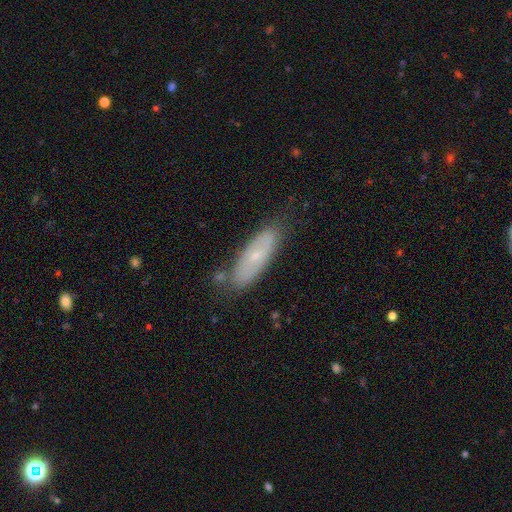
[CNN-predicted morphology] The model was most divided on "smooth or featured": smooth: 51%, featured or disk: 41%, star or artifact: 7%. More confident: merging — none (73%); how rounded — in between (54%).